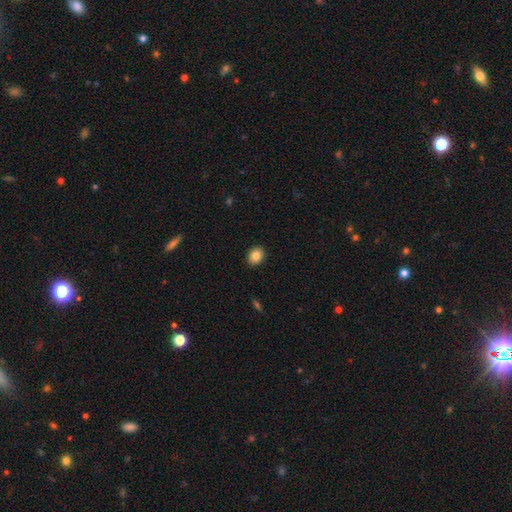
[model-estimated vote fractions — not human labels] Smooth or featured: smooth — 83% (star or artifact — 9%)
How rounded: round — 50% (in between — 49%)
Merging: none — 90% (minor disturbance — 7%)